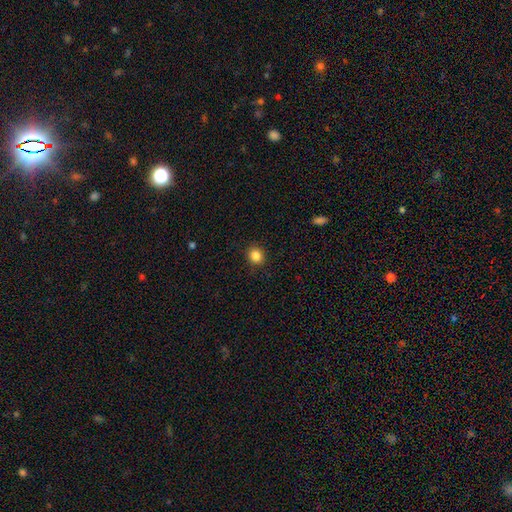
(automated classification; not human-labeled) A smooth galaxy with no disk features (85%) that is round (79%).

Vote fractions:
- Smooth or featured? smooth: 85% / star or artifact: 11% / featured or disk: 4%
- How rounded? round: 79% / in between: 20% / cigar-shaped: 1%
- Merging? none: 89% / minor disturbance: 8% / major disturbance: 2% / merger: 1%